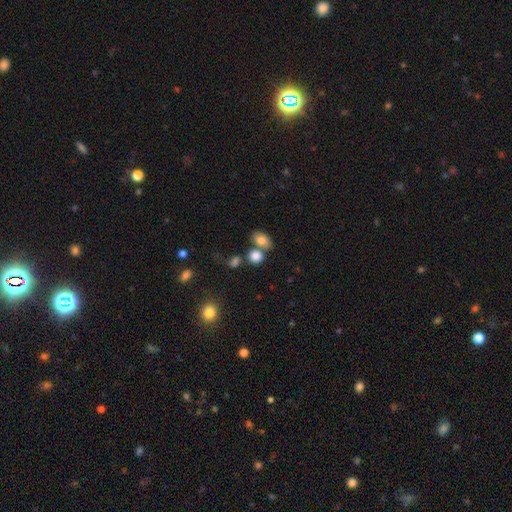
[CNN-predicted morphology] Smooth or featured? smooth (82%)
How rounded? round (57%)
Merging? none (51%)